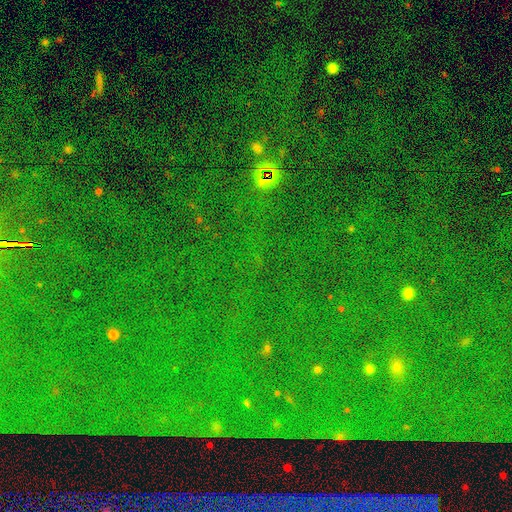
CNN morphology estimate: This is clearly a star or artifact rather than a galaxy (82%).